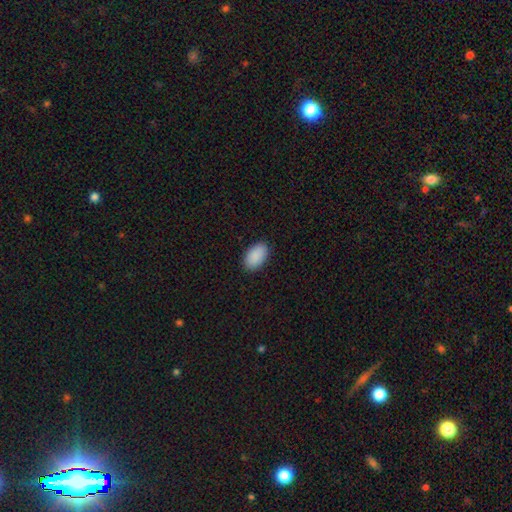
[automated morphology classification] Smooth or featured? smooth (91%)
How rounded? in between (94%)
Merging? none (89%)